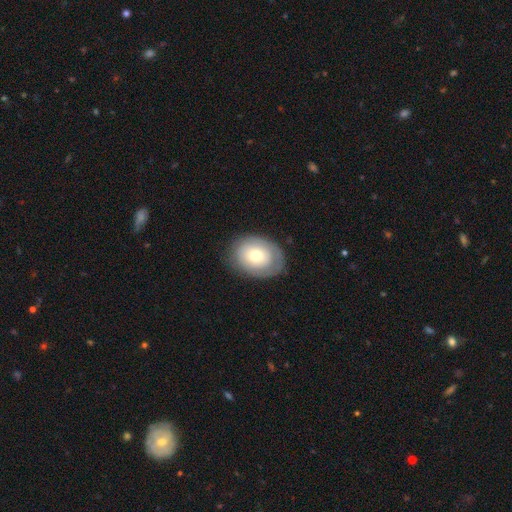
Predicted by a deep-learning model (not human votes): This is likely a smooth galaxy (60%). How rounded: likely in between (63%). Merging: likely none (77%).